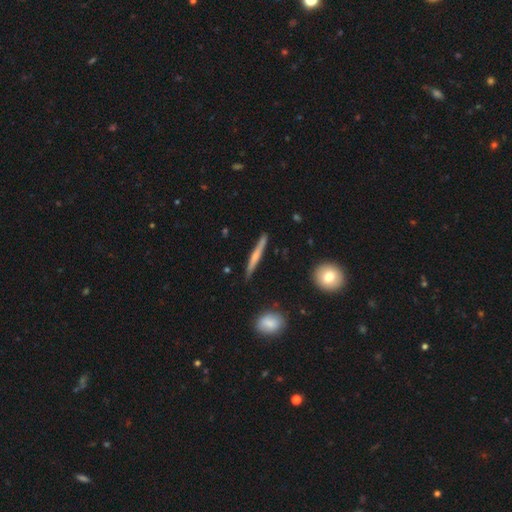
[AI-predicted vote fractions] This is possibly a featured or disk galaxy (52%). It is clearly viewed edge-on (96%). Merging: clearly none (88%).